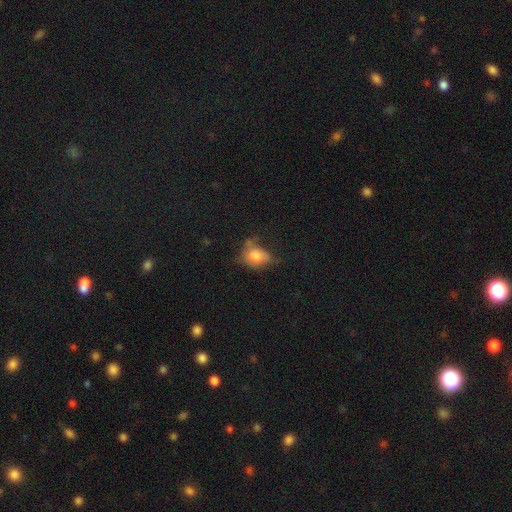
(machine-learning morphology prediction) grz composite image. It shows a smooth galaxy with no disk features (72%) that is in between round and cigar-shaped (65%). Merging: none (36%).